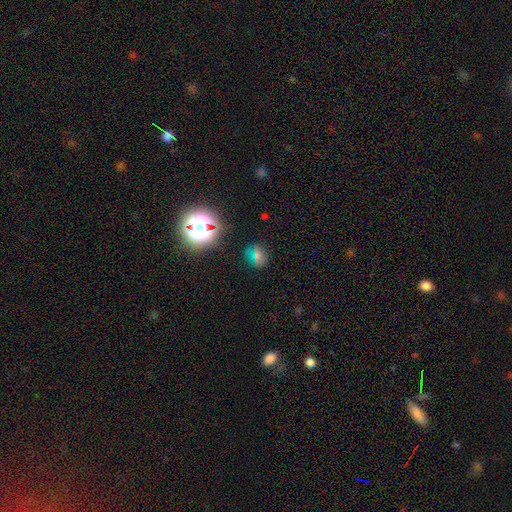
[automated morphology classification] smooth-or-featured: smooth: 51% | star or artifact: 34% | featured or disk: 15%
  how-rounded: round: 63% | in between: 35% | cigar-shaped: 3%
  merging: none: 81% | minor disturbance: 12% | major disturbance: 4% | merger: 3%